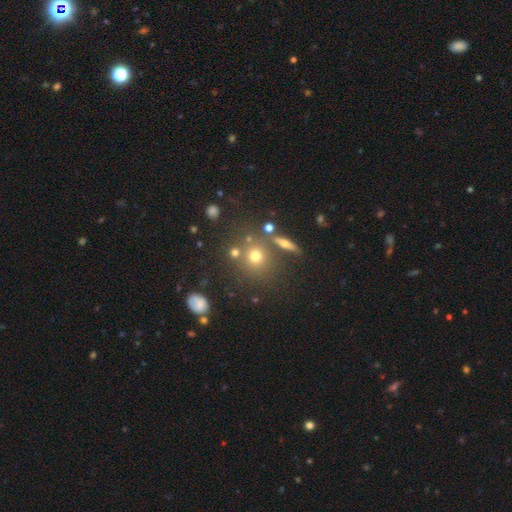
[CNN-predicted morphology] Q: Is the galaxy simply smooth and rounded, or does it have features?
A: smooth — 64%.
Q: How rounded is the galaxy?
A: round — 86%.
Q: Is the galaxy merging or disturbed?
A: none — 72%.